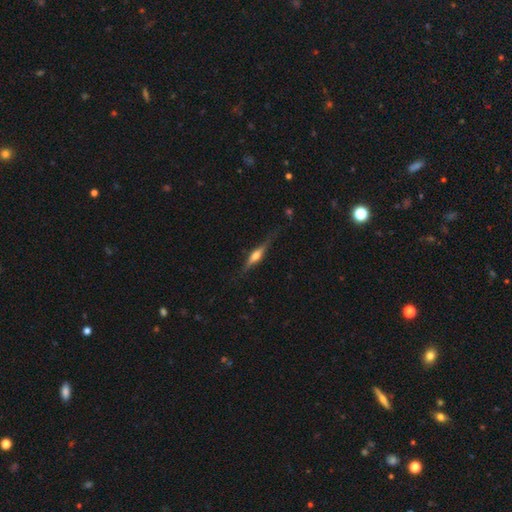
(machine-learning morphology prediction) smooth_or_featured: featured or disk (p=0.65) [alt: smooth p=0.29]
disk_edge_on: yes (p=0.96) [alt: no p=0.04]
edge_on_bulge: rounded (p=0.89) [alt: boxy p=0.07]
merging: none (p=0.76) [alt: minor disturbance p=0.18]